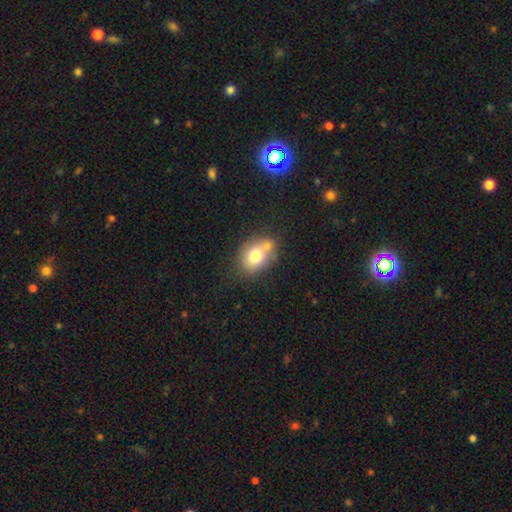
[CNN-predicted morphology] This appears to be a smooth galaxy with no disk features (73%) that is in between round and cigar-shaped (59%). Merging: none (47%).